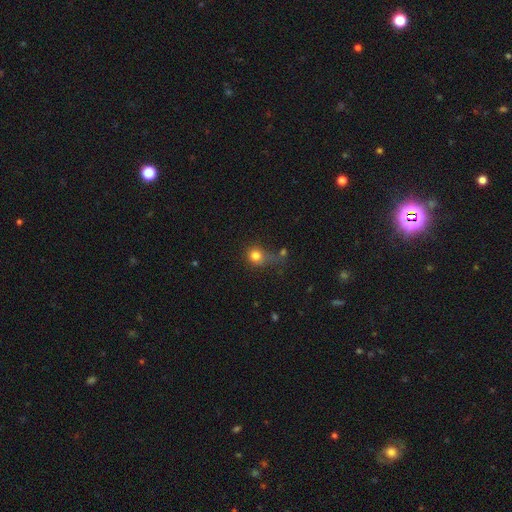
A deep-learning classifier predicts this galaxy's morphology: smooth 79%, star or artifact 13%, featured or disk 8%. Down the decision tree: how rounded — round (84%); merging — none (48%).